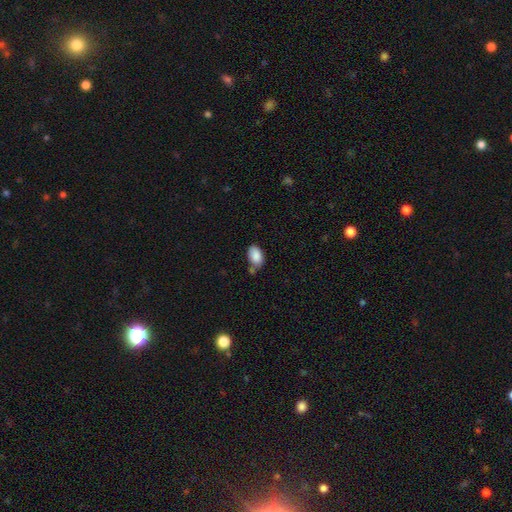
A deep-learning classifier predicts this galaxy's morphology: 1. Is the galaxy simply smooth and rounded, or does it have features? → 87% smooth, 7% star or artifact, 5% featured or disk.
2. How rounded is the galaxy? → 90% in between, 9% round, 1% cigar-shaped.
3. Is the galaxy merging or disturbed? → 57% none, 23% minor disturbance, 14% merger, 6% major disturbance.